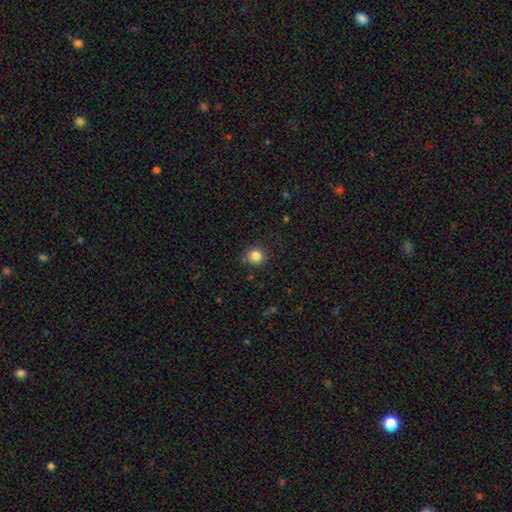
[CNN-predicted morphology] type=smooth (84%); roundness=round (90%); merging=none (85%).